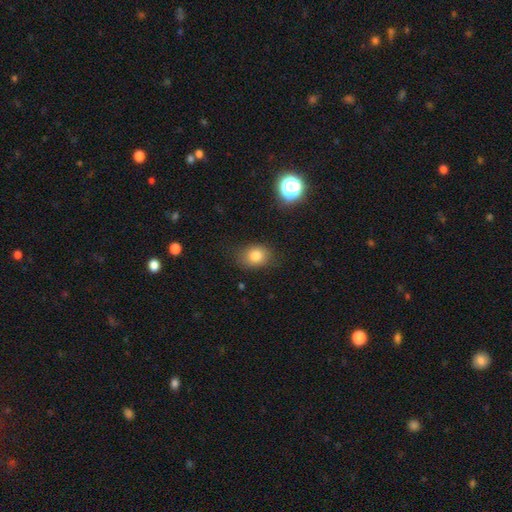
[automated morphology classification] smooth 81%, star or artifact 11%, featured or disk 8%. Down the decision tree: how rounded — in between (56%); merging — none (77%).